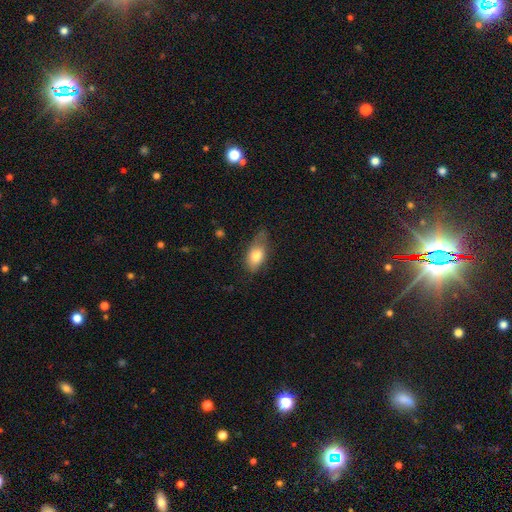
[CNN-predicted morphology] A smooth galaxy with no disk features (75%) that is in between round and cigar-shaped (86%). Merging: none (45%).